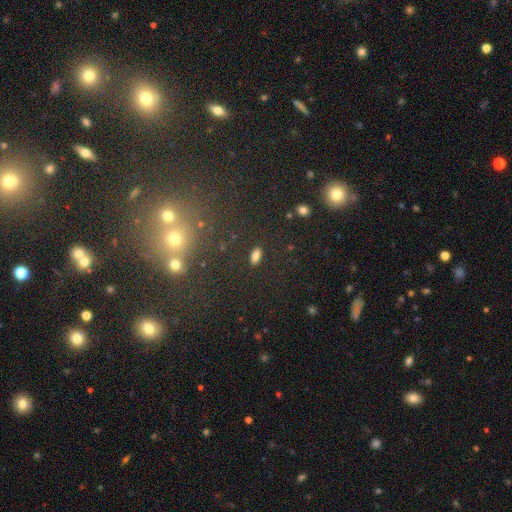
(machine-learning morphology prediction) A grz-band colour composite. It shows a smooth galaxy with no disk features (79%) that is in between round and cigar-shaped (88%). Merging: none (88%).